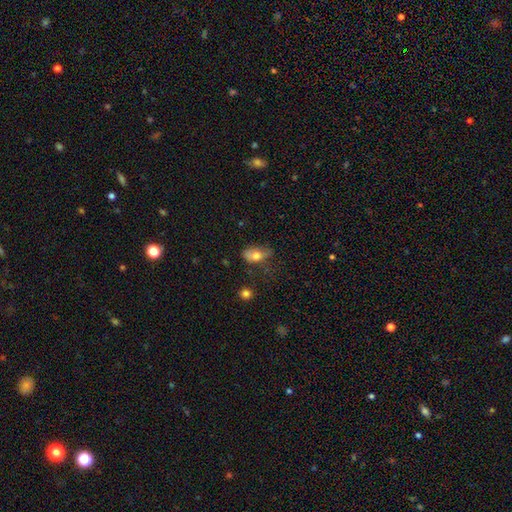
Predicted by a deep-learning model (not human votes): Overall: smooth (74%). How rounded: in between (85%). Merging: none (43%; minor disturbance 36%).